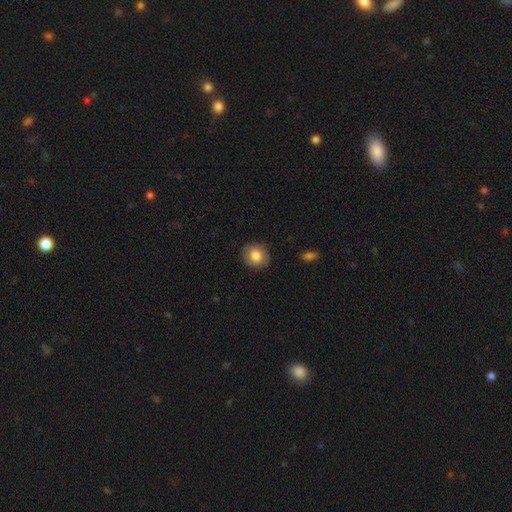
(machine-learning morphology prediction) This is likely a smooth galaxy (80%). How rounded: clearly round (80%). Merging: clearly none (87%).